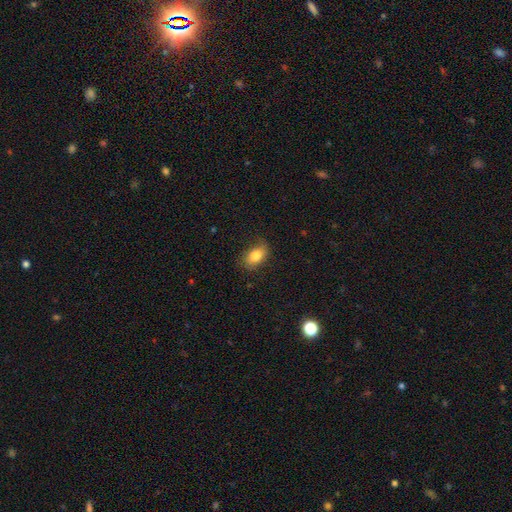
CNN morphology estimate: Smooth or featured?
  - smooth: 80% *
  - featured or disk: 12%
  - star or artifact: 8%
How rounded?
  - in between: 87% *
  - round: 10%
  - cigar-shaped: 2%
Merging?
  - none: 74% *
  - minor disturbance: 20%
  - major disturbance: 5%
  - merger: 1%